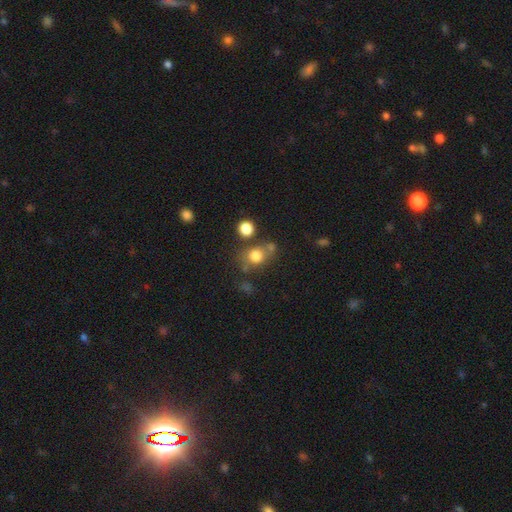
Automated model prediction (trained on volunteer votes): Smooth or featured: smooth — 76% (star or artifact — 13%)
How rounded: round — 70% (in between — 29%)
Merging: none — 59% (merger — 20%)